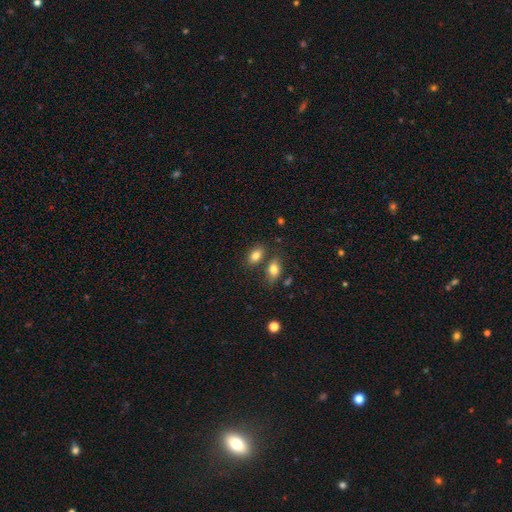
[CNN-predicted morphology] Smooth or featured: smooth — 81% (featured or disk — 10%)
How rounded: in between — 86% (round — 11%)
Merging: none — 67% (merger — 19%)